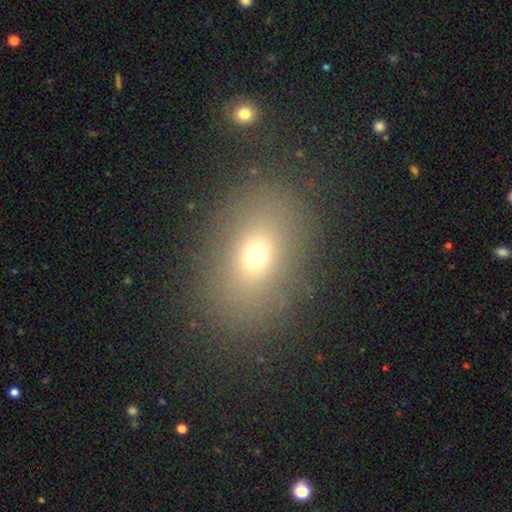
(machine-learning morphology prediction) This is likely a smooth galaxy (67%). How rounded: likely in between (69%). Merging: clearly none (82%).